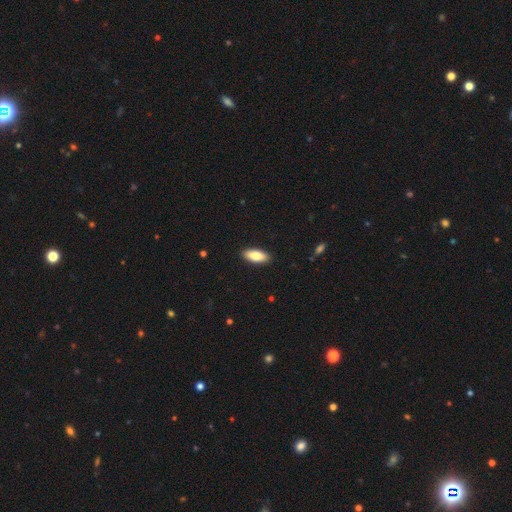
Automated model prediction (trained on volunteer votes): This is clearly a smooth galaxy (81%). How rounded: likely in between (79%). Merging: clearly none (90%).